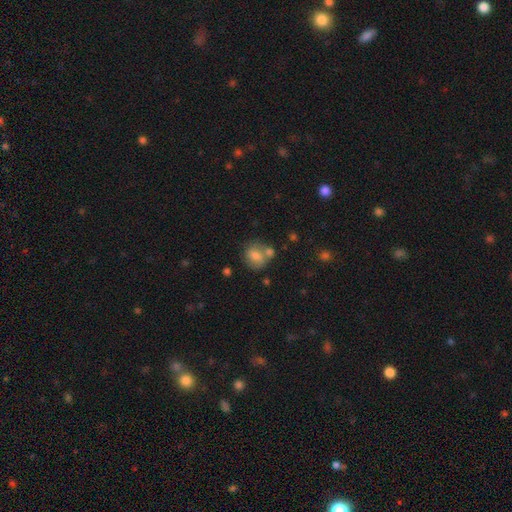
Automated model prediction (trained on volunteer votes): The model was most divided on "how rounded": round: 58%, in between: 41%, cigar-shaped: 1%. More confident: smooth or featured — smooth (77%); merging — none (50%).